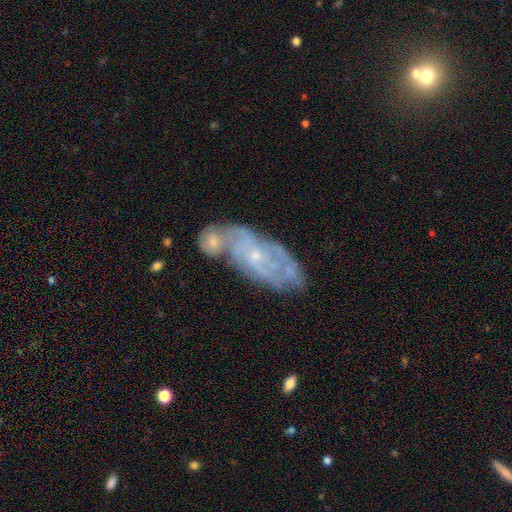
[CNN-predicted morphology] Smooth or featured: featured or disk — 75% (smooth — 17%)
Edge-on disk: no — 91% (yes — 9%)
Bar: no — 74% (weak — 22%)
Spiral arms: yes — 78% (no — 22%)
Spiral winding: tight — 60% (medium — 30%)
Spiral arm count: can't tell — 55% (2 — 18%)
Bulge size: small — 77% (moderate — 17%)
Merging: none — 41% (merger — 33%)